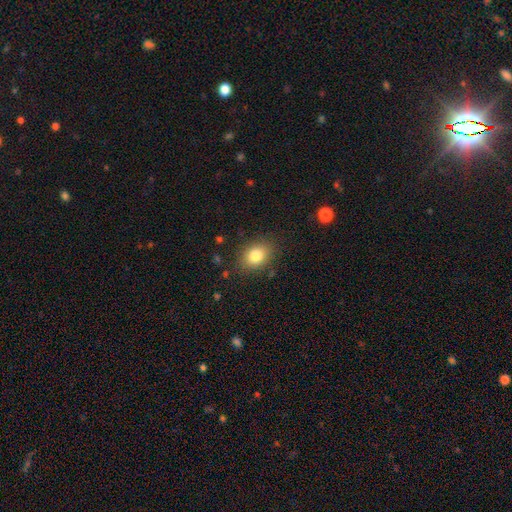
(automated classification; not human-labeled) This is clearly a smooth galaxy (82%). How rounded: likely in between (68%). Merging: clearly none (83%).